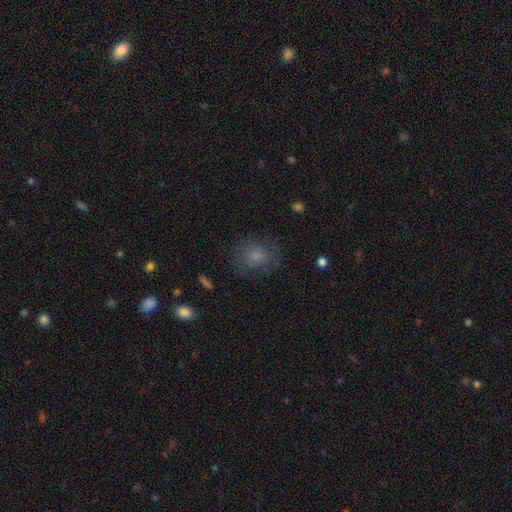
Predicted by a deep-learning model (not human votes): Smooth or featured: smooth — 67% (featured or disk — 18%)
How rounded: round — 64% (in between — 35%)
Merging: none — 70% (minor disturbance — 17%)